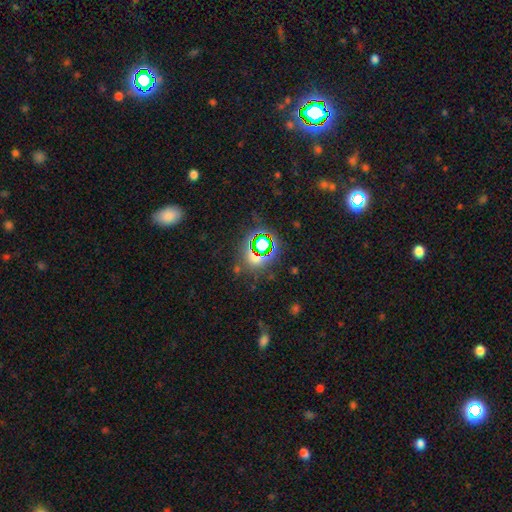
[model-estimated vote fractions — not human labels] Smooth or featured: star or artifact — 67% (smooth — 23%)